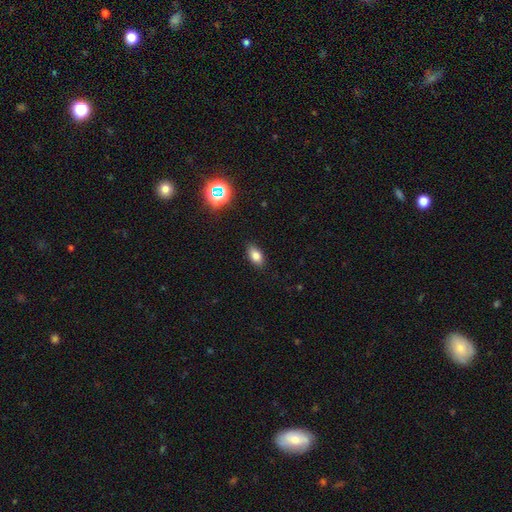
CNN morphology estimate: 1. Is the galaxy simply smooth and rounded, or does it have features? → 80% smooth, 11% star or artifact, 9% featured or disk.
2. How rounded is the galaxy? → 88% in between, 7% round, 5% cigar-shaped.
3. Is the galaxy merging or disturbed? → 85% none, 11% minor disturbance, 2% major disturbance, 1% merger.